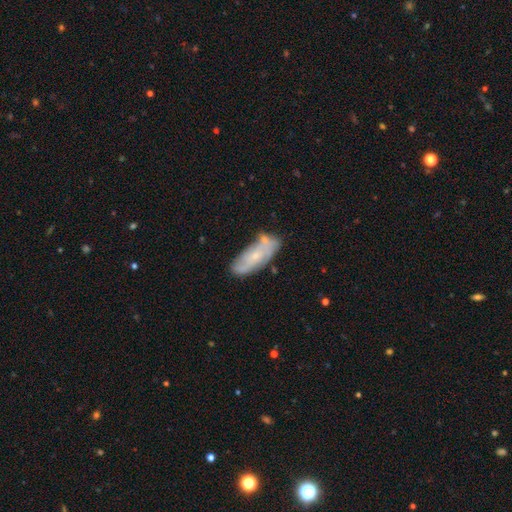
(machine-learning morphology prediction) The model was most divided on "smooth or featured": featured or disk: 48%, smooth: 45%, star or artifact: 7%. More confident: merging — none (61%).